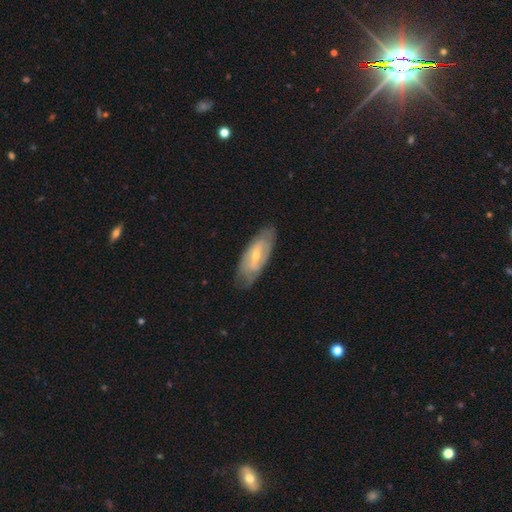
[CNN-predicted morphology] A featured or disk galaxy (63%) with a weak bar (46%), spiral arms (64%) and a small central bulge (55%).

Vote fractions:
- Smooth or featured? featured or disk: 63% / smooth: 31% / star or artifact: 6%
- Edge-on disk? no: 84% / yes: 16%
- Bar? weak: 46% / no: 28% / strong: 26%
- Spiral arms? yes: 64% / no: 36%
- Bulge size? small: 55% / moderate: 42% / large: 2% / none: 1% / dominant: 1%
- Merging? none: 74% / minor disturbance: 20% / major disturbance: 5% / merger: 1%